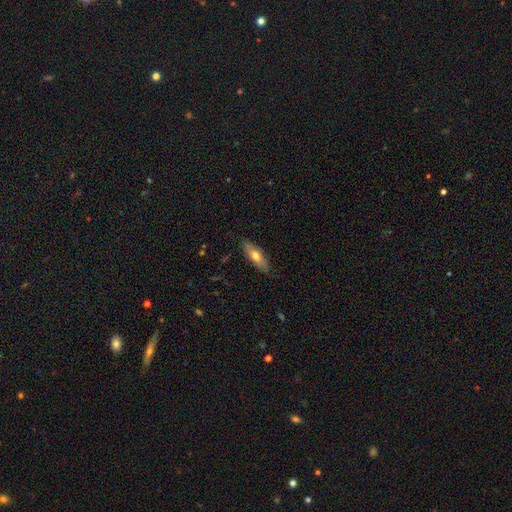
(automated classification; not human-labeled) smooth 58%, featured or disk 36%, star or artifact 6%. Down the decision tree: how rounded — in between (55%); merging — none (83%).